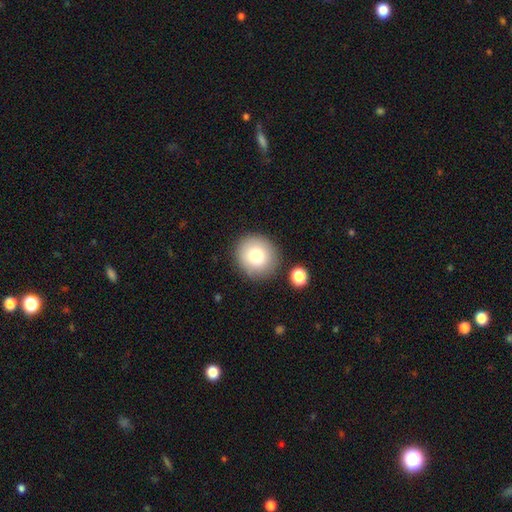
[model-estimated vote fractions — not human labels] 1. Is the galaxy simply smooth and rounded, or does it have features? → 78% smooth, 12% featured or disk, 10% star or artifact.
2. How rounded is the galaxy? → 89% round, 10% in between, 1% cigar-shaped.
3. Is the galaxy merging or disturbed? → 85% none, 8% minor disturbance, 4% merger, 3% major disturbance.